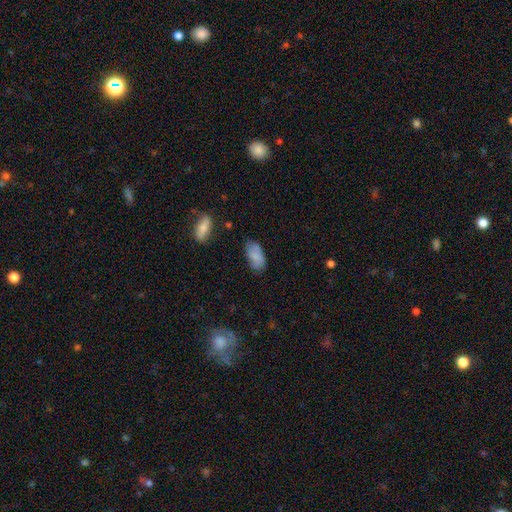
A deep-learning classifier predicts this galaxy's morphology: smooth 79%, featured or disk 14%, star or artifact 7%. Down the decision tree: how rounded — in between (93%); merging — none (71%).